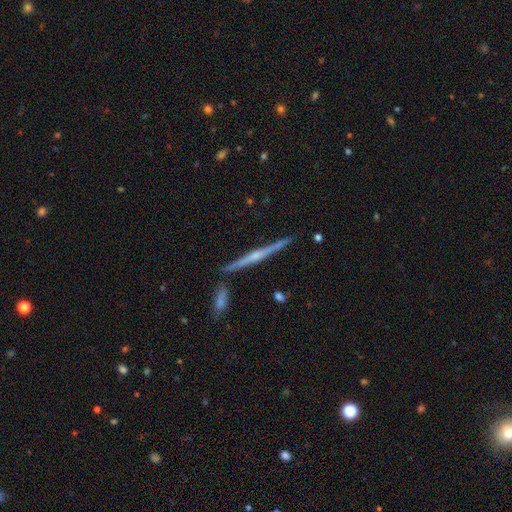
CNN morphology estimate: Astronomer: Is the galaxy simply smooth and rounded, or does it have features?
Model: featured or disk — 79%.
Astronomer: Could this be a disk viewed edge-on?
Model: yes — 98%.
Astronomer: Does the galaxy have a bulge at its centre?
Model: rounded — 70%.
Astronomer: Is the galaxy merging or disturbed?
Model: none — 86%.